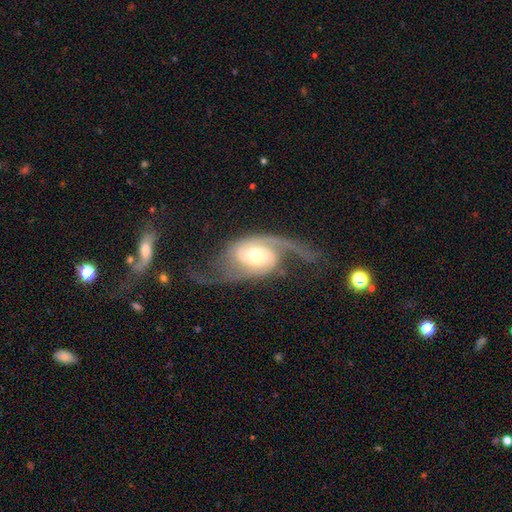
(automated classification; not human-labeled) Q: Smooth or featured?
A: featured or disk (89%); runner-up: smooth (6%)
Q: Edge-on disk?
A: no (96%); runner-up: yes (4%)
Q: Bar?
A: no (61%); runner-up: weak (27%)
Q: Spiral arms?
A: yes (97%); runner-up: no (3%)
Q: Spiral winding?
A: loose (46%); runner-up: medium (39%)
Q: Spiral arm count?
A: 2 (88%); runner-up: 1 (4%)
Q: Bulge size?
A: small (44%); tied with: moderate (44%)
Q: Merging?
A: none (57%); runner-up: major disturbance (23%)